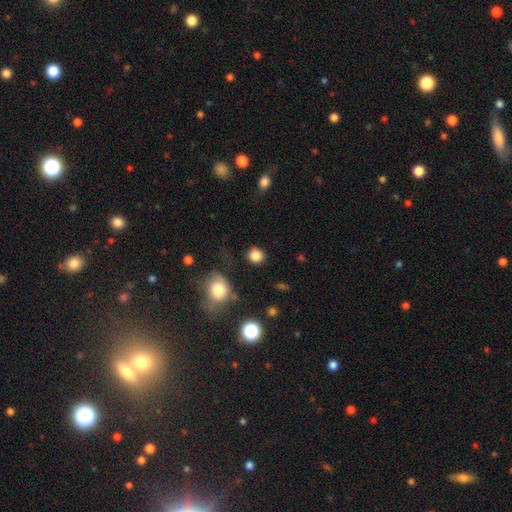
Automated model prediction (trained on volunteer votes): Smooth or featured: smooth — 84% (star or artifact — 11%)
How rounded: round — 84% (in between — 15%)
Merging: none — 83% (minor disturbance — 10%)